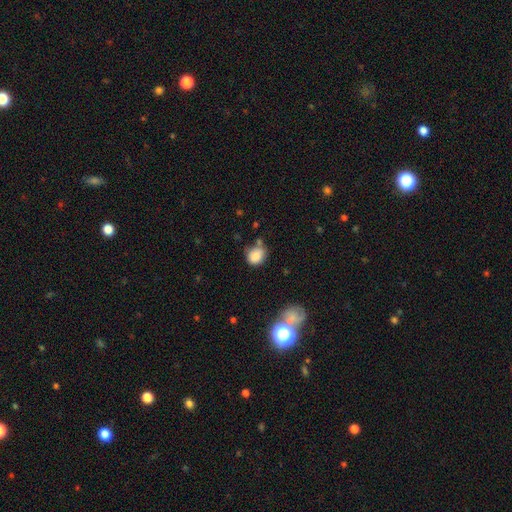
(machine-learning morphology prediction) Smooth or featured?
  - smooth: 84% *
  - star or artifact: 10%
  - featured or disk: 6%
How rounded?
  - round: 68% *
  - in between: 31%
  - cigar-shaped: 1%
Merging?
  - none: 60% *
  - minor disturbance: 23%
  - merger: 11%
  - major disturbance: 6%